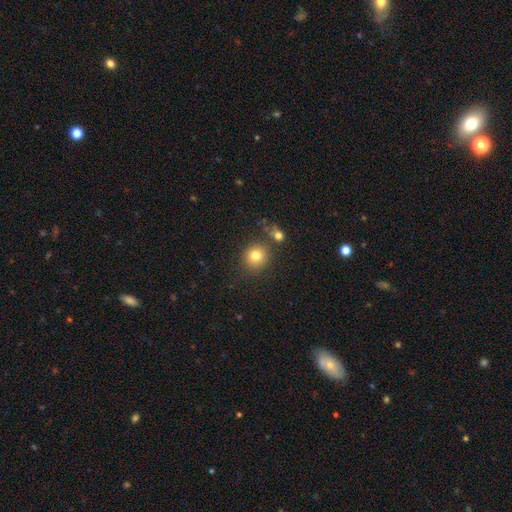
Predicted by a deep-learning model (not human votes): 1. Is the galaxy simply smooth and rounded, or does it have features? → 79% smooth, 12% star or artifact, 8% featured or disk.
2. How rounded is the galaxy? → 87% round, 12% in between, 1% cigar-shaped.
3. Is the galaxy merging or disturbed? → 77% none, 10% minor disturbance, 9% merger, 4% major disturbance.